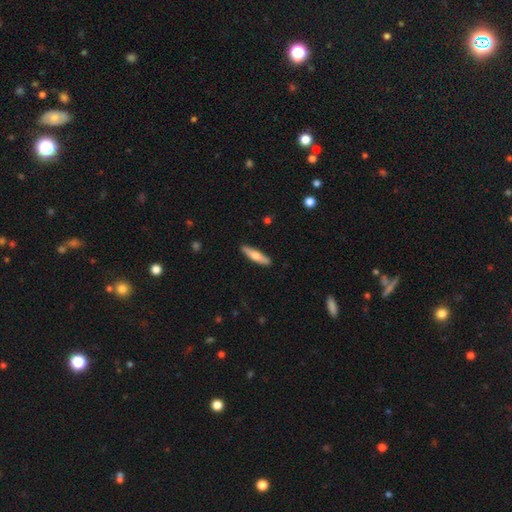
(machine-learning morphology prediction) smooth 61%, featured or disk 34%, star or artifact 5%. Down the decision tree: how rounded — cigar-shaped (79%); merging — none (89%).